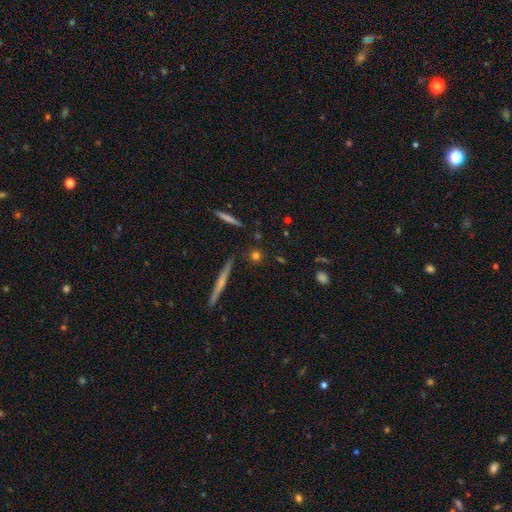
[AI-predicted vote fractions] Smooth or featured: smooth — 72% (featured or disk — 15%)
How rounded: round — 81% (cigar-shaped — 10%)
Merging: none — 85% (minor disturbance — 9%)